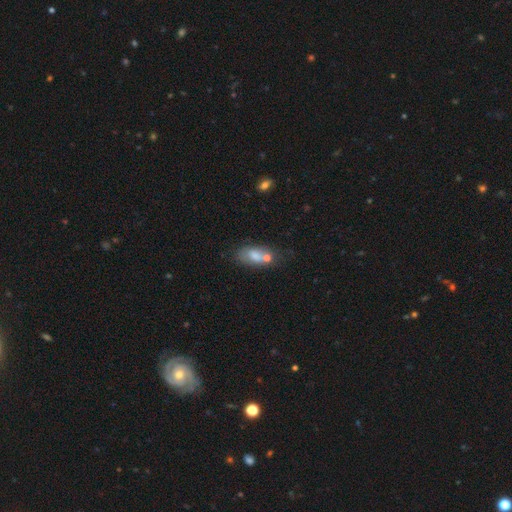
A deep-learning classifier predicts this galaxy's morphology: smooth_or_featured: smooth (p=0.69) [alt: featured or disk p=0.21]
how_rounded: in between (p=0.83) [alt: cigar-shaped p=0.09]
merging: none (p=0.39) [alt: merger p=0.32]